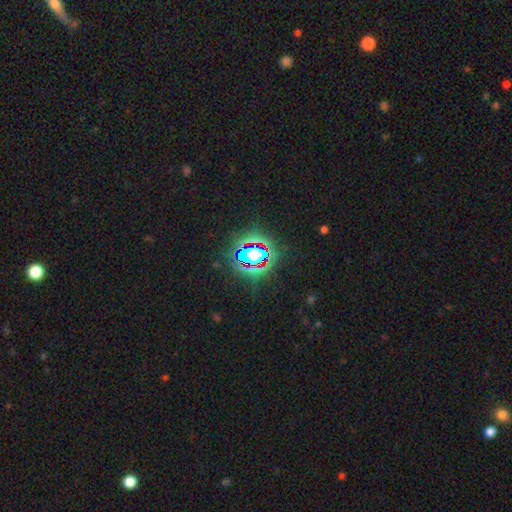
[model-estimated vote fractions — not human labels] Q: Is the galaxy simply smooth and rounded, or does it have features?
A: star or artifact — 81%.